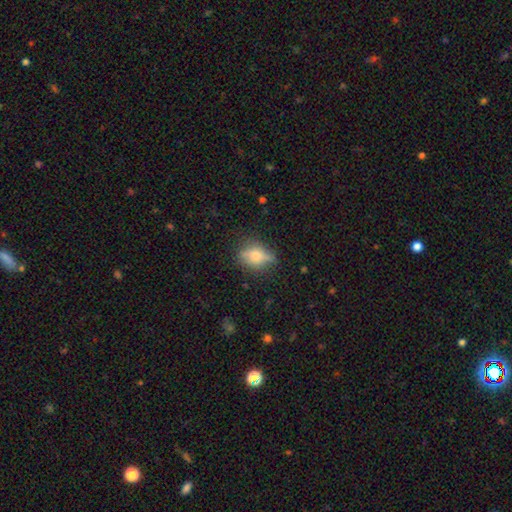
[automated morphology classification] The model was most divided on "smooth or featured": smooth: 46%, featured or disk: 44%, star or artifact: 10%. More confident: merging — none (73%).